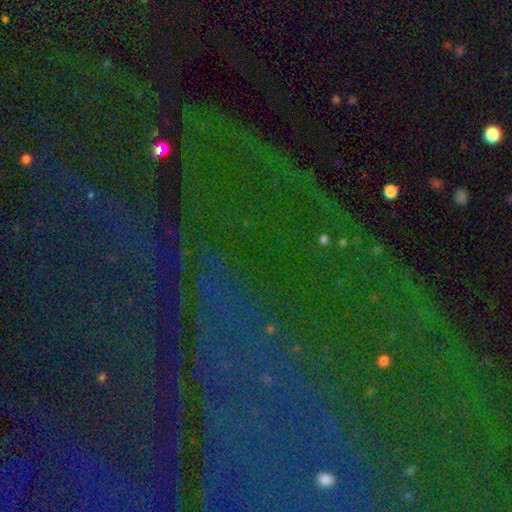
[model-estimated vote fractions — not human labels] A star or artifact, not a galaxy (83%).

Vote fractions:
- Smooth or featured? star or artifact: 83% / smooth: 9% / featured or disk: 9%